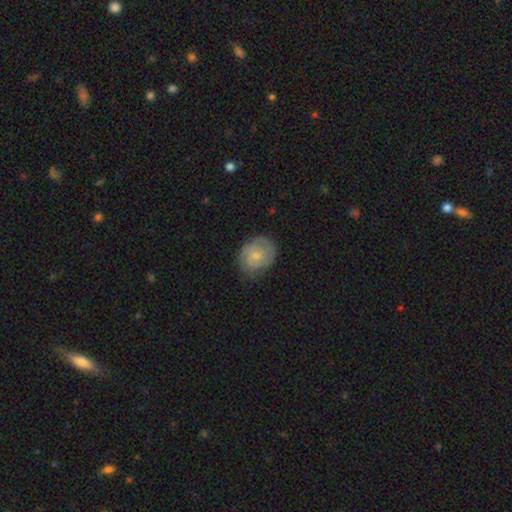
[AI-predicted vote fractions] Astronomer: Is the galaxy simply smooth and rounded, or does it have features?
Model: featured or disk — 56% (runner-up: smooth, 37%).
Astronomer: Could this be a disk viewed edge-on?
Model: no — 98%.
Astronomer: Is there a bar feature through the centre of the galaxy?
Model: no — 71%.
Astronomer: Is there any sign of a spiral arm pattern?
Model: yes — 85%.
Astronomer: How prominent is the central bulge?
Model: small — 70%.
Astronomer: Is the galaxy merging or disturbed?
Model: none — 70%.